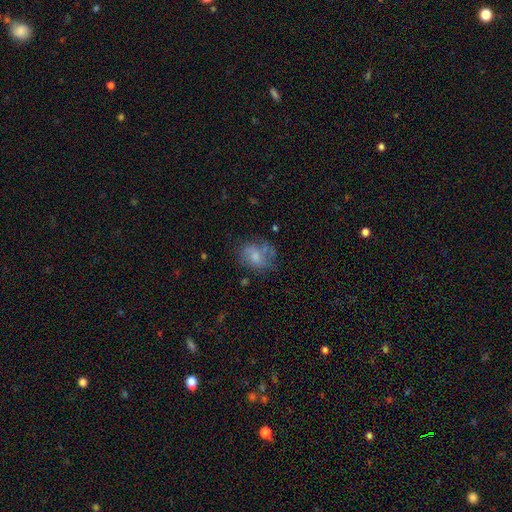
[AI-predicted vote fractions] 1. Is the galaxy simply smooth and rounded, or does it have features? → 61% smooth, 29% featured or disk, 10% star or artifact.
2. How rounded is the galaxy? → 54% in between, 45% round, 1% cigar-shaped.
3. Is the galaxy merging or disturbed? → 50% none, 26% minor disturbance, 16% major disturbance, 8% merger.